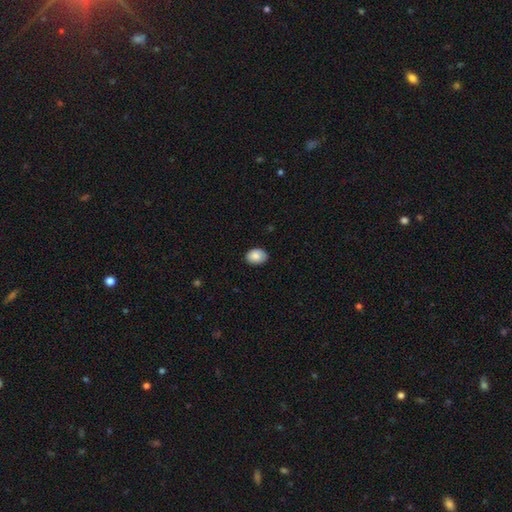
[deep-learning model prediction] The model was most divided on "how rounded": in between: 71%, round: 28%, cigar-shaped: 1%. More confident: smooth or featured — smooth (85%); merging — none (85%).